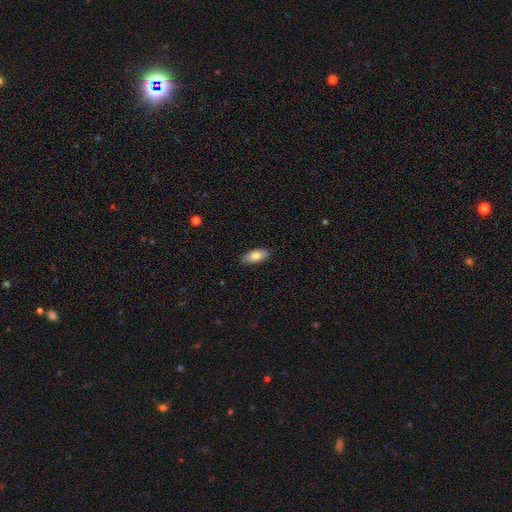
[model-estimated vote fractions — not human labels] This appears to be a smooth galaxy with no disk features (80%) that is in between round and cigar-shaped (83%). Merging: none (86%).